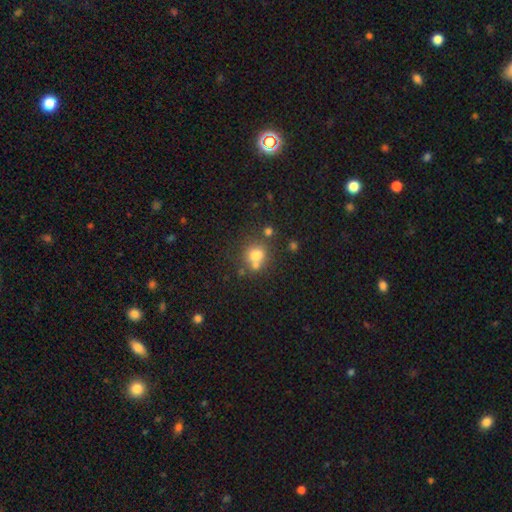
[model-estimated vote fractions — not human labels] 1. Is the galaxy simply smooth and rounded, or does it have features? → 72% smooth, 14% star or artifact, 14% featured or disk.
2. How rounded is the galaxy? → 76% round, 23% in between, 1% cigar-shaped.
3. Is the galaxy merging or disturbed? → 53% none, 30% merger, 12% minor disturbance, 5% major disturbance.